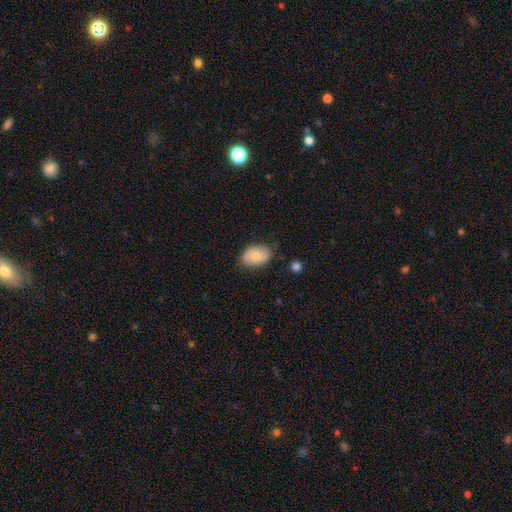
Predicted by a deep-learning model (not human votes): Morphology: type=smooth (68%); roundness=in between (85%); merging=none (79%).